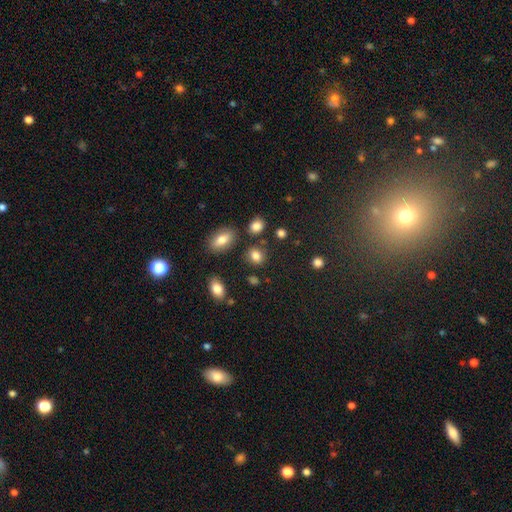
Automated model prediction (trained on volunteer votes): smooth-or-featured: smooth: 82% | star or artifact: 11% | featured or disk: 6%
  how-rounded: round: 62% | in between: 37% | cigar-shaped: 2%
  merging: none: 78% | minor disturbance: 11% | merger: 7% | major disturbance: 4%